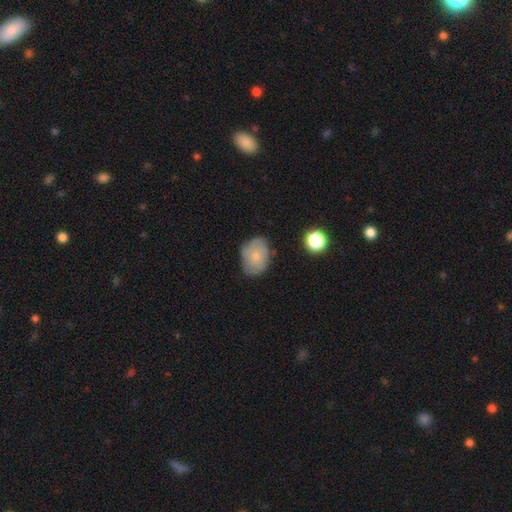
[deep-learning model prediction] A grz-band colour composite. It shows a smooth galaxy with no disk features (65%) that is in between round and cigar-shaped (71%). Merging: none (70%).